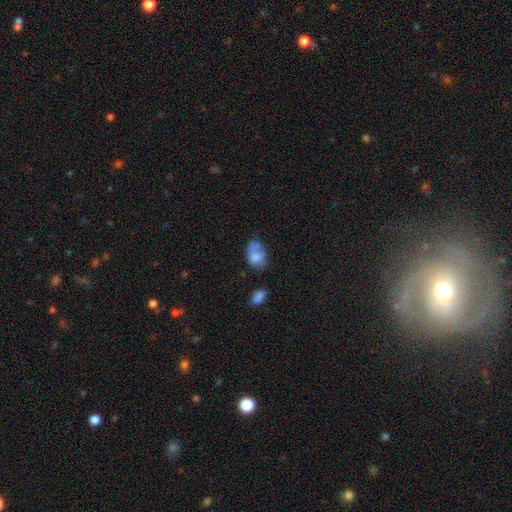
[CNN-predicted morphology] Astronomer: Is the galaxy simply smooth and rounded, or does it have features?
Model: smooth — 70%.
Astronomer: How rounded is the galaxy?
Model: in between — 83%.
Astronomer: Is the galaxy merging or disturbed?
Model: none — 34% (runner-up: minor disturbance, 32%).